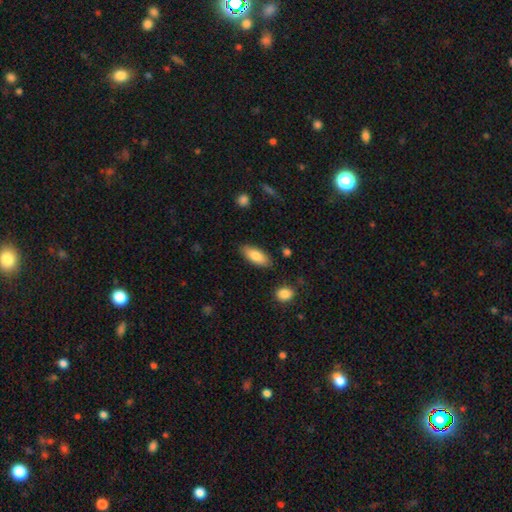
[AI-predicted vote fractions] Smooth or featured: smooth — 81% (featured or disk — 12%)
How rounded: in between — 77% (cigar-shaped — 21%)
Merging: none — 84% (minor disturbance — 12%)